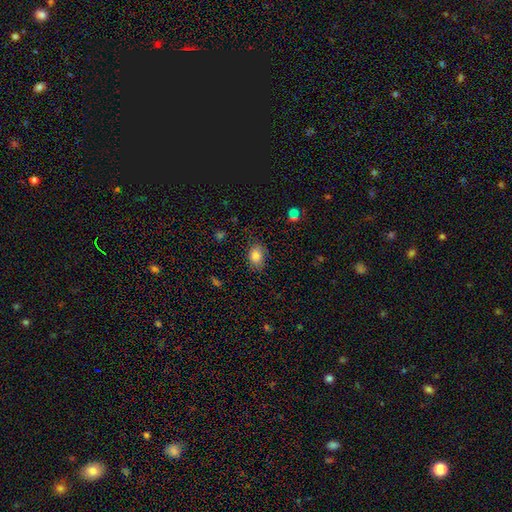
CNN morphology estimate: Overall: smooth (83%). How rounded: in between (67%; round 31%). Merging: none (77%).